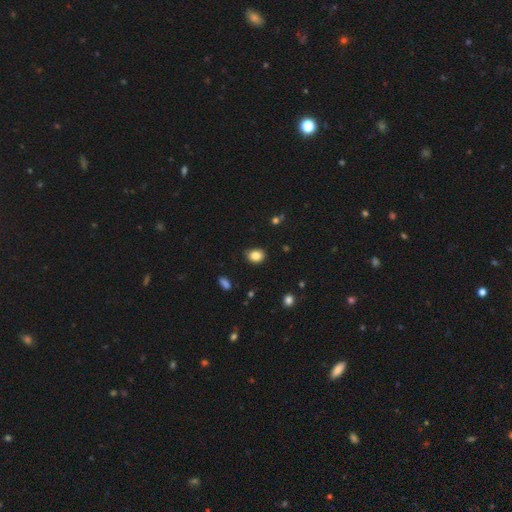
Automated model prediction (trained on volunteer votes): Smooth or featured: smooth — 85% (star or artifact — 10%)
How rounded: round — 56% (in between — 43%)
Merging: none — 81% (minor disturbance — 15%)